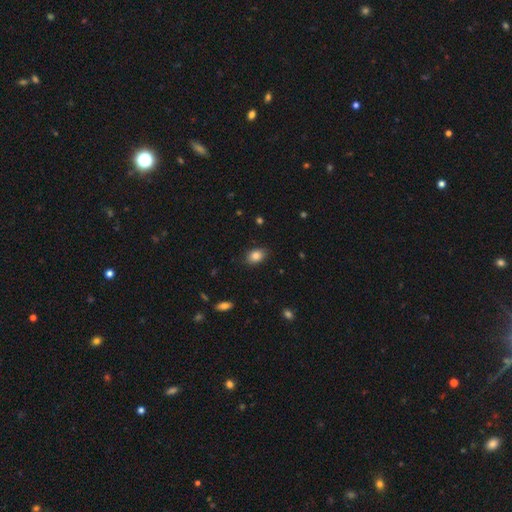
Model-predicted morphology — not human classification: smooth 86%, star or artifact 9%, featured or disk 5%. Down the decision tree: how rounded — in between (78%); merging — none (84%).